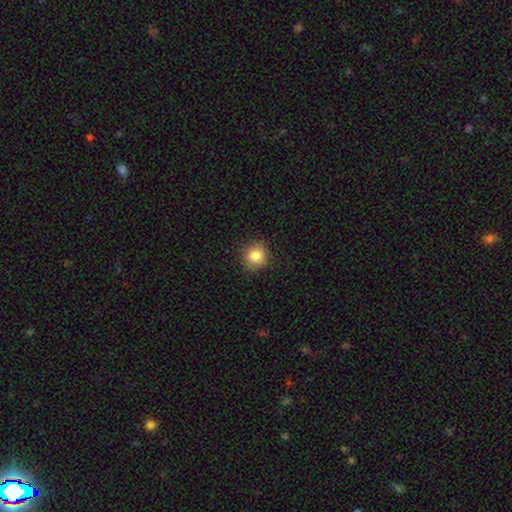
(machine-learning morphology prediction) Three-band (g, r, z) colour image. It shows a smooth galaxy with no disk features (85%) that is round (87%). Merging: none (87%).